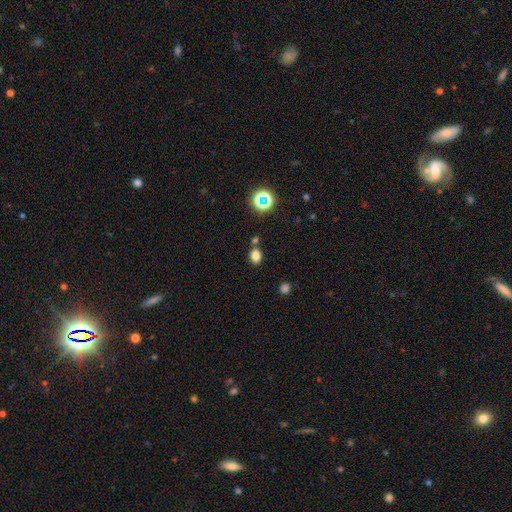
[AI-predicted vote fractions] Smooth or featured? smooth (78%)
How rounded? in between (60%)
Merging? none (75%)